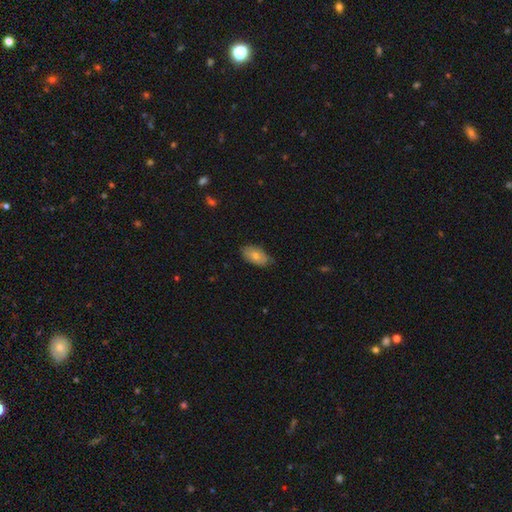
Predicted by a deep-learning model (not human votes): The model was most divided on "smooth or featured": smooth: 63%, featured or disk: 28%, star or artifact: 9%. More confident: how rounded — in between (92%); merging — none (79%).